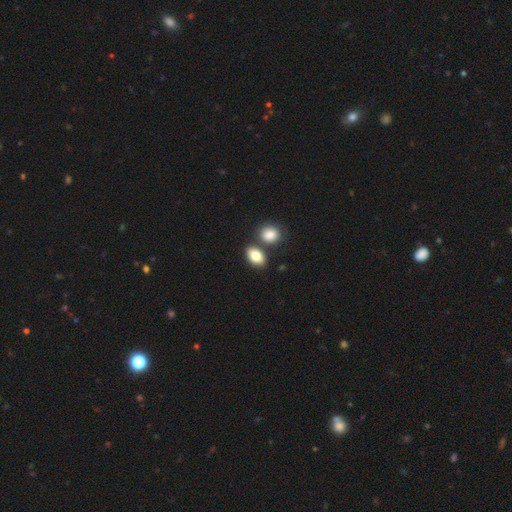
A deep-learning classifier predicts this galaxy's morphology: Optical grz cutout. It shows a smooth galaxy with no disk features (84%) that is in between round and cigar-shaped (84%). Merging: none (62%).